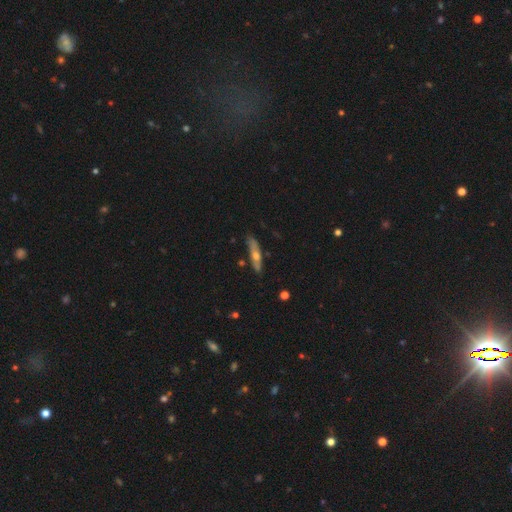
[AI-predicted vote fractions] This is possibly a featured or disk galaxy (51%). It is likely viewed edge-on (78%). Merging: likely none (80%).